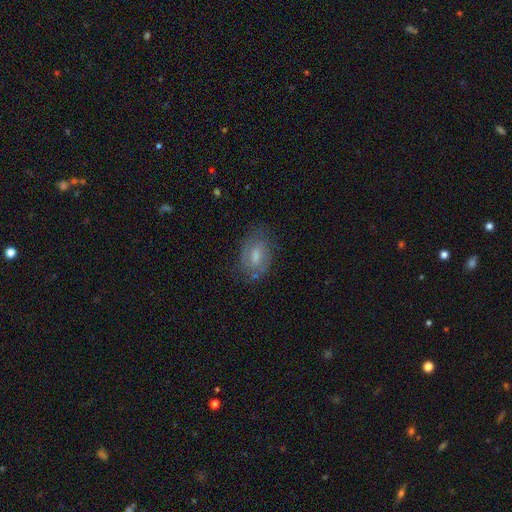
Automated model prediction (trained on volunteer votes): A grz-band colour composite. It shows a featured or disk galaxy (47%). Merging: none (66%).